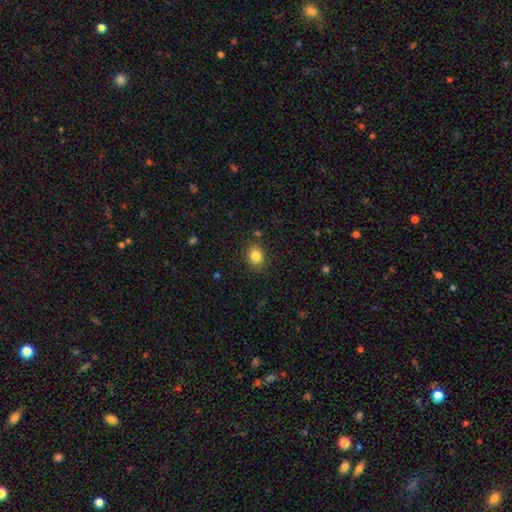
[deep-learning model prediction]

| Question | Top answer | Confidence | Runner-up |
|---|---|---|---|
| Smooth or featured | smooth | 84% | star or artifact (10%) |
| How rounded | in between | 52% | round (47%) |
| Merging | none | 86% | minor disturbance (10%) |